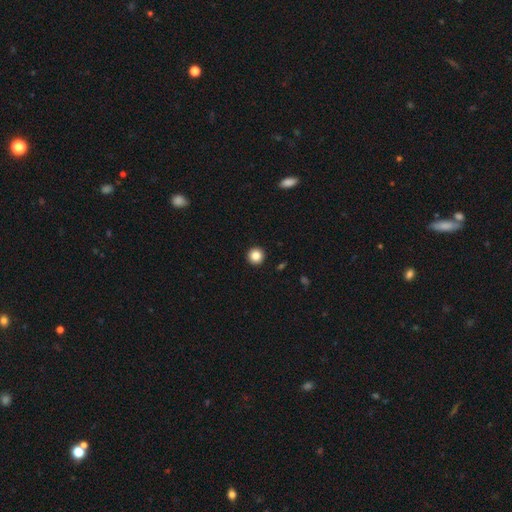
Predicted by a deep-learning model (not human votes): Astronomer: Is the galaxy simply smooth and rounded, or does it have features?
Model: smooth — 85%.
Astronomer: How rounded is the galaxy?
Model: round — 96%.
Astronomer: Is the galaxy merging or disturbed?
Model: none — 94%.